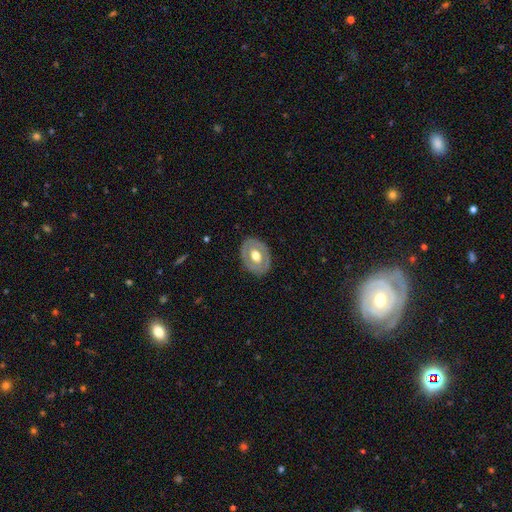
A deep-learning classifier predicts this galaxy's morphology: Smooth or featured?
  - featured or disk: 54% *
  - smooth: 40%
  - star or artifact: 5%
Edge-on disk?
  - no: 92% *
  - yes: 8%
Merging?
  - none: 82% *
  - minor disturbance: 13%
  - major disturbance: 4%
  - merger: 1%